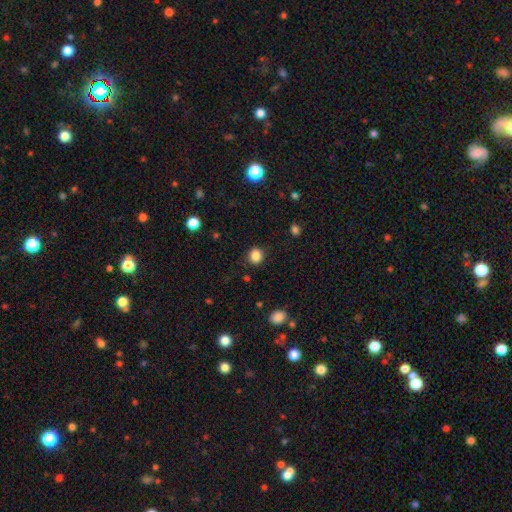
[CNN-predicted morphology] Smooth or featured? smooth (85%)
How rounded? round (80%)
Merging? none (87%)